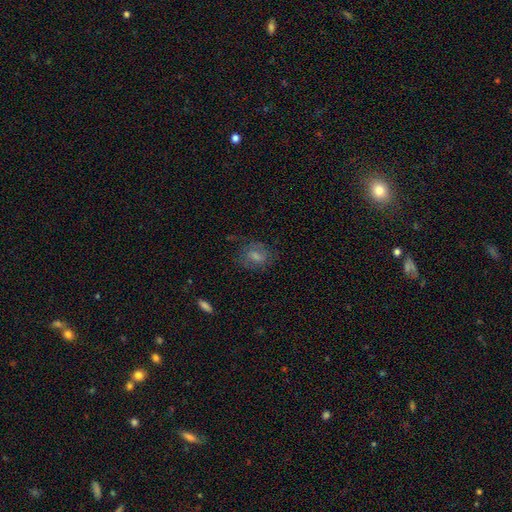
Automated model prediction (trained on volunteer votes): Smooth or featured? Predicted: smooth (p=0.58). How rounded? Predicted: in between (p=0.54). Merging? Predicted: none (p=0.60).